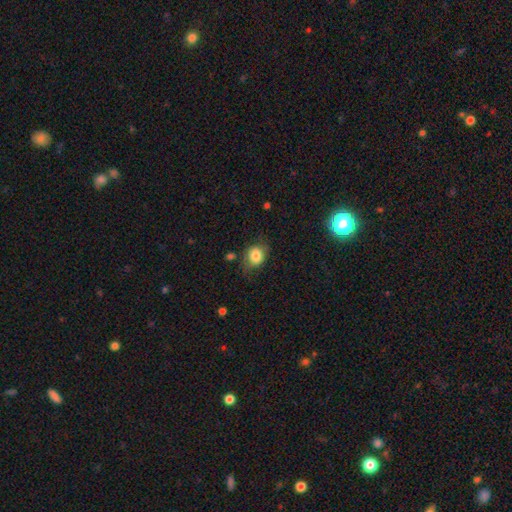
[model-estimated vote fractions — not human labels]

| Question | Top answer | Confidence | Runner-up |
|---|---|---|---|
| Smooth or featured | smooth | 79% | featured or disk (12%) |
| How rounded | round | 53% | in between (46%) |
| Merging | none | 61% | minor disturbance (26%) |